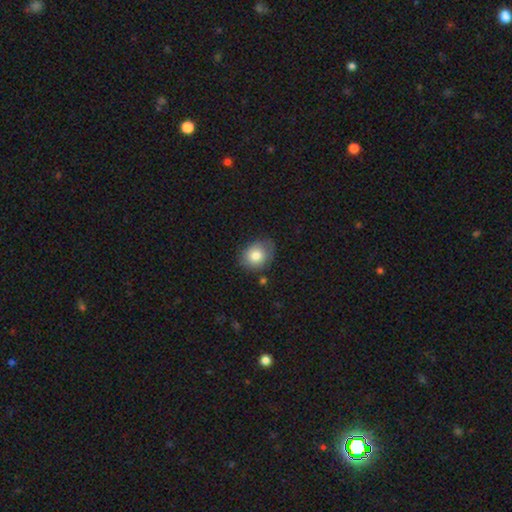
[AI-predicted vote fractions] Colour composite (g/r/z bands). It shows a smooth galaxy with no disk features (80%) that is round (54%). Merging: none (68%).